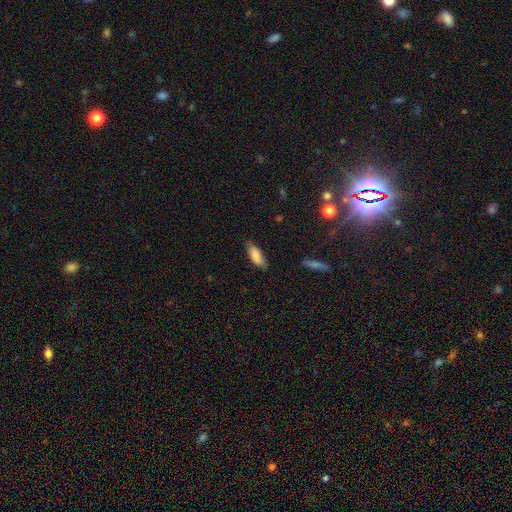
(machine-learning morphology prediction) Q: Smooth or featured?
A: smooth (83%); runner-up: featured or disk (11%)
Q: How rounded?
A: in between (72%); runner-up: cigar-shaped (27%)
Q: Merging?
A: none (73%); runner-up: minor disturbance (21%)